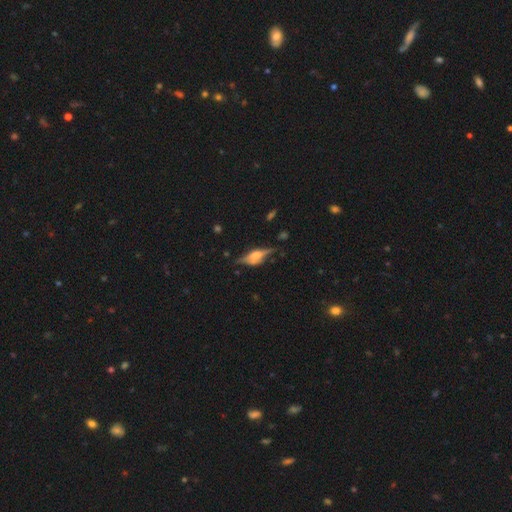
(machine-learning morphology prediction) Smooth or featured? featured or disk (71%)
Edge-on disk? yes (90%)
Edge-on bulge? rounded (81%)
Merging? none (63%)